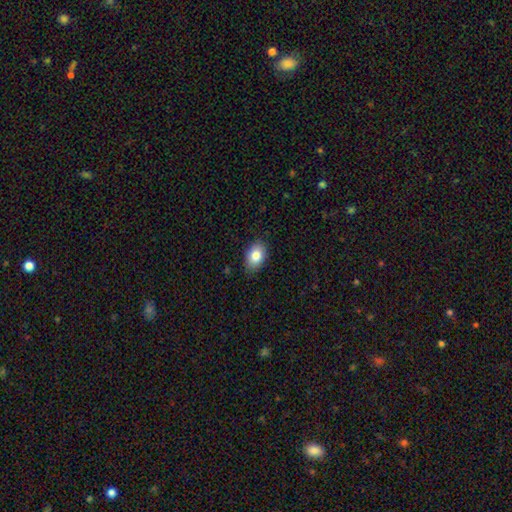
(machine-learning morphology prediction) This is clearly a smooth galaxy (84%). How rounded: clearly in between (83%). Merging: clearly none (85%).